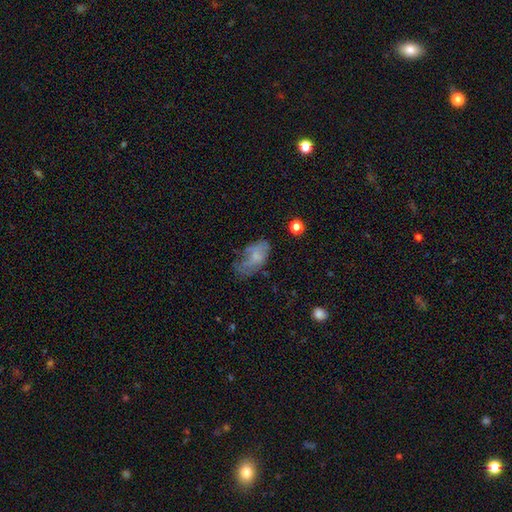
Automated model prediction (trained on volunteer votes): Morphology: type=smooth (54%); roundness=in between (91%); merging=none (36%).